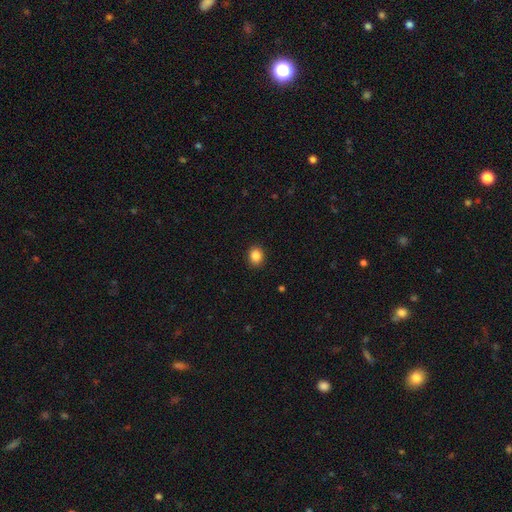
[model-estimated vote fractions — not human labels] A smooth galaxy with no disk features (86%) that is round (66%). Merging: none (91%).